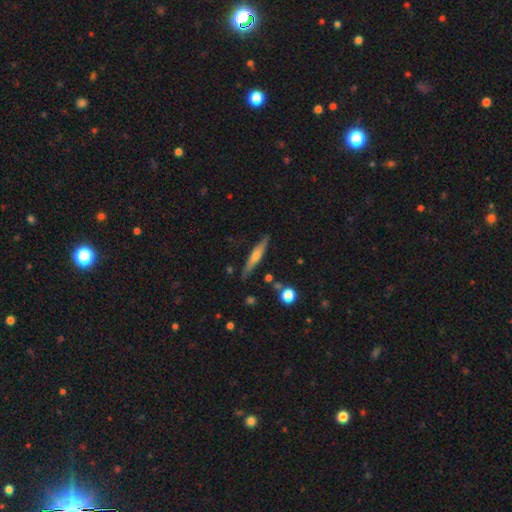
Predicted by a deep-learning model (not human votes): A featured or disk galaxy (50%) viewed edge-on (93%). Merging: none (84%).